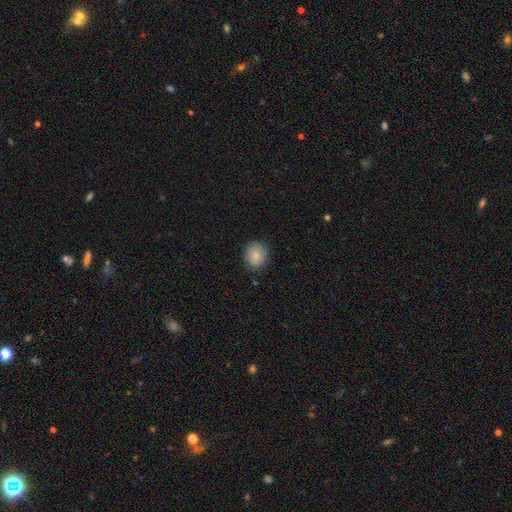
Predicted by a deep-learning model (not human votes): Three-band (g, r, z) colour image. It shows a smooth galaxy with no disk features (84%) that is round (65%). Merging: none (82%).